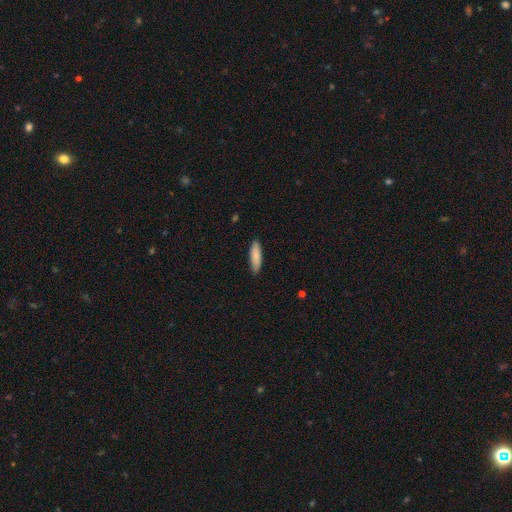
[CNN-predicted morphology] Smooth or featured? smooth (85%)
How rounded? cigar-shaped (65%)
Merging? none (87%)